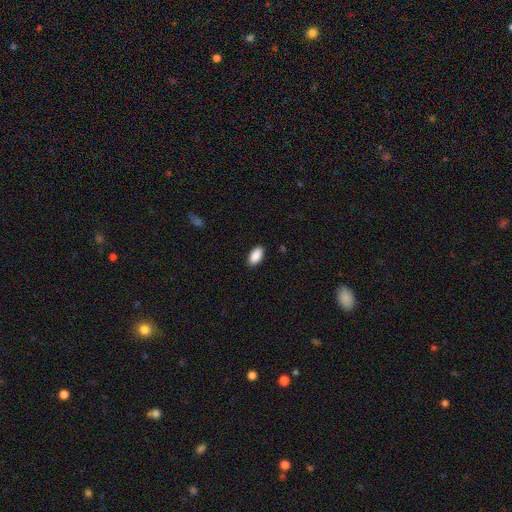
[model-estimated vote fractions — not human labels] smooth_or_featured: smooth (p=0.90) [alt: star or artifact p=0.06]
how_rounded: in between (p=0.94) [alt: cigar-shaped p=0.04]
merging: none (p=0.89) [alt: minor disturbance p=0.08]